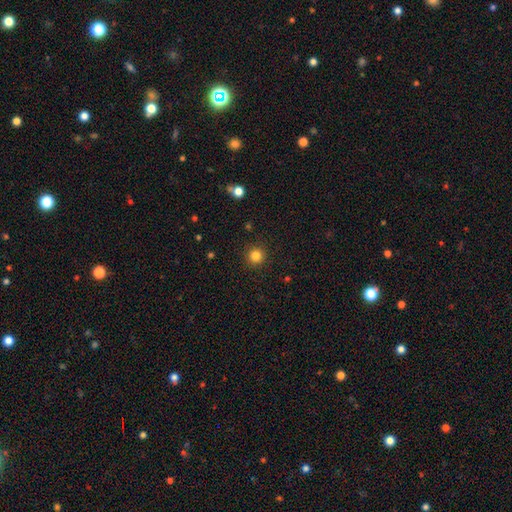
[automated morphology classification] smooth_or_featured: smooth (p=0.83) [alt: star or artifact p=0.12]
how_rounded: round (p=0.95) [alt: in between p=0.04]
merging: none (p=0.92) [alt: minor disturbance p=0.05]